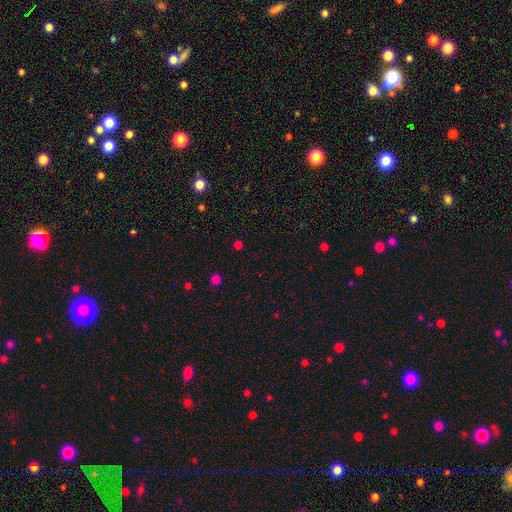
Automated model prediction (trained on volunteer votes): The model was most divided on "smooth or featured": star or artifact: 51%, smooth: 44%, featured or disk: 6%.